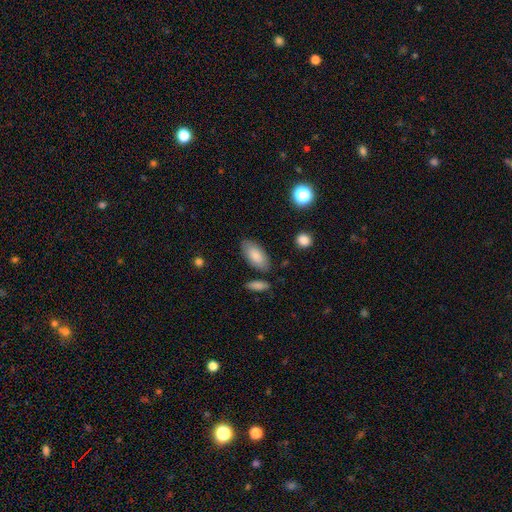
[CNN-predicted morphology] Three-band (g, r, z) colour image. It shows a smooth galaxy with no disk features (84%) that is in between round and cigar-shaped (91%). Merging: none (81%).